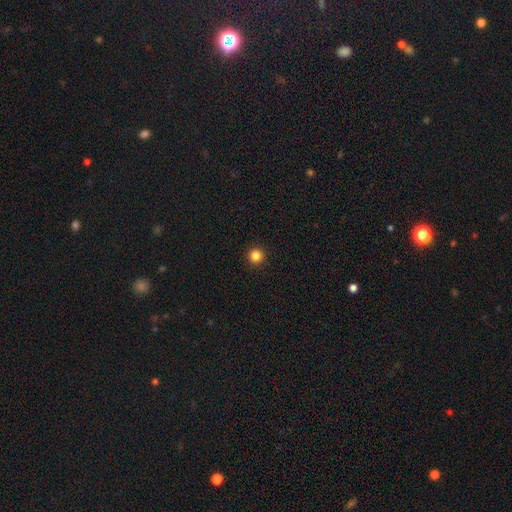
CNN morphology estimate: The model was most divided on "smooth or featured": smooth: 84%, star or artifact: 12%, featured or disk: 3%. More confident: how rounded — round (96%); merging — none (94%).